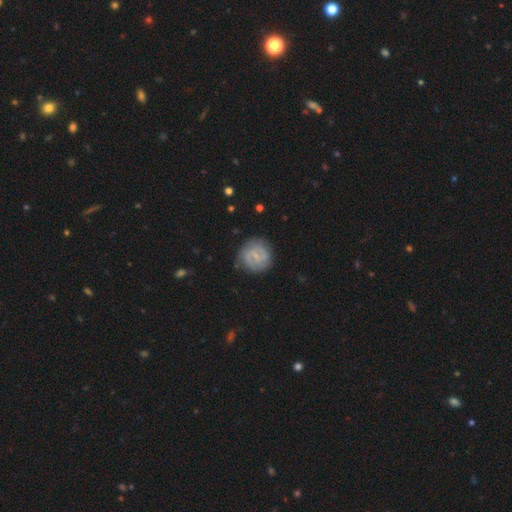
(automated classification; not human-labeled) The model was most divided on "spiral winding": tight: 51%, medium: 36%, loose: 13%. More confident: edge-on disk — no (98%); spiral arms — yes (82%); merging — none (78%); bulge size — small (64%); smooth or featured — featured or disk (63%); spiral arm count — 2 (61%); bar — weak (51%).